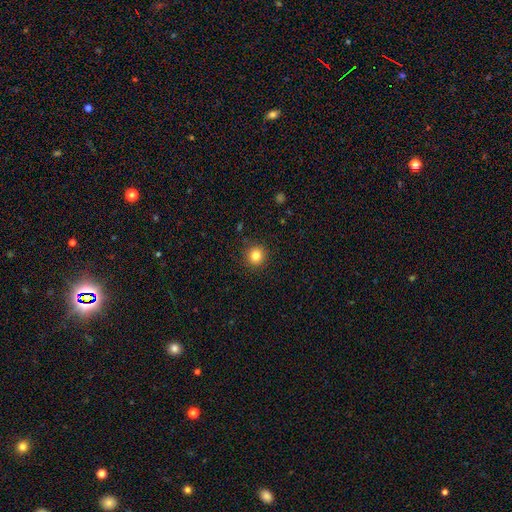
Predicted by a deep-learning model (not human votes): A smooth galaxy with no disk features (83%) that is round (93%).

Vote fractions:
- Smooth or featured? smooth: 83% / star or artifact: 12% / featured or disk: 5%
- How rounded? round: 93% / in between: 6% / cigar-shaped: 1%
- Merging? none: 91% / minor disturbance: 6% / major disturbance: 2% / merger: 1%